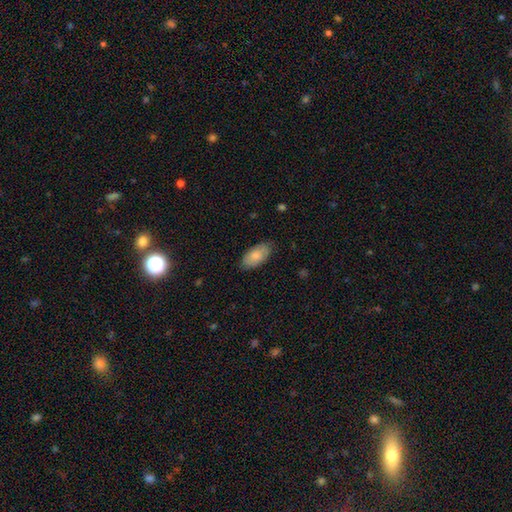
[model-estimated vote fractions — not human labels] Morphology: type=smooth (81%); roundness=in between (94%); merging=none (81%).